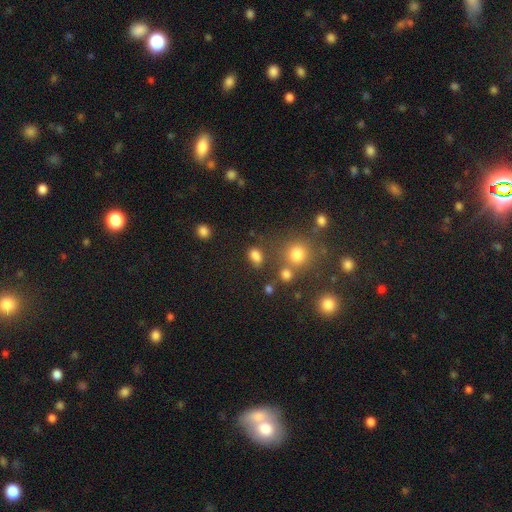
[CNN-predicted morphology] This appears to be a smooth galaxy with no disk features (78%) that is in between round and cigar-shaped (74%). Merging: none (67%).